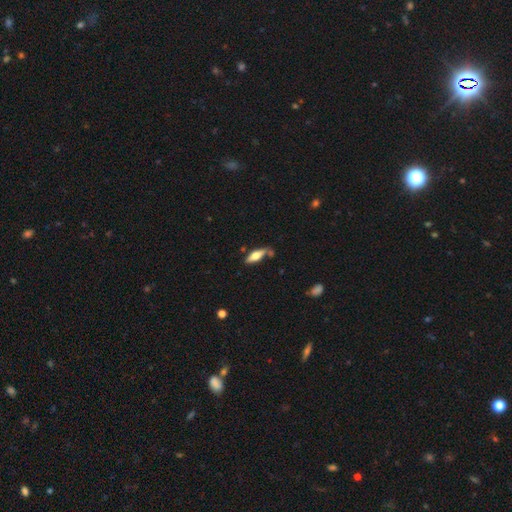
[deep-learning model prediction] smooth_or_featured: smooth (p=0.50) [alt: featured or disk p=0.44]
how_rounded: cigar-shaped (p=0.49) [alt: in between p=0.48]
merging: none (p=0.65) [alt: minor disturbance p=0.20]